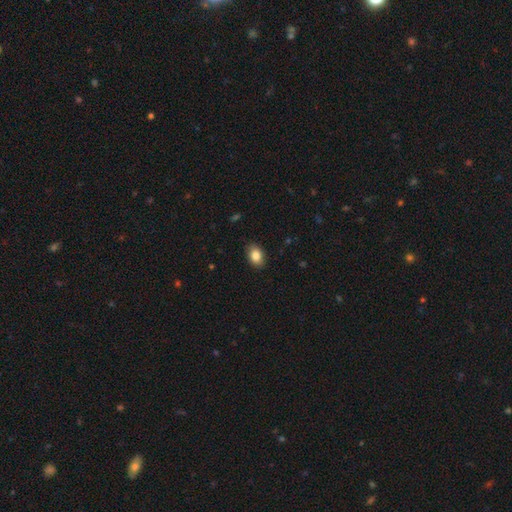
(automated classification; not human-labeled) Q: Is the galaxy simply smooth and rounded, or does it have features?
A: smooth — 86%.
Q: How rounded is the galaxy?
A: in between — 83%.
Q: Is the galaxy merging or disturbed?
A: none — 88%.